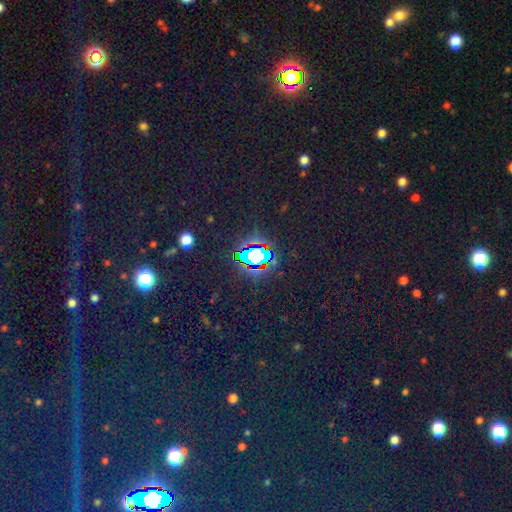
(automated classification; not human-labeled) This is likely a star or artifact rather than a galaxy (67%).